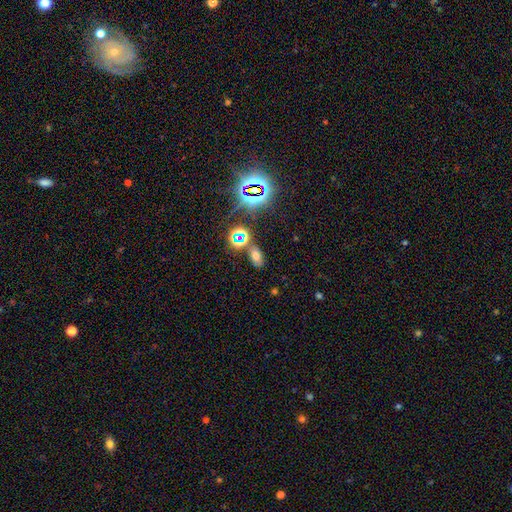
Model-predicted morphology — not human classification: type=smooth (55%); roundness=in between (88%); merging=none (75%).